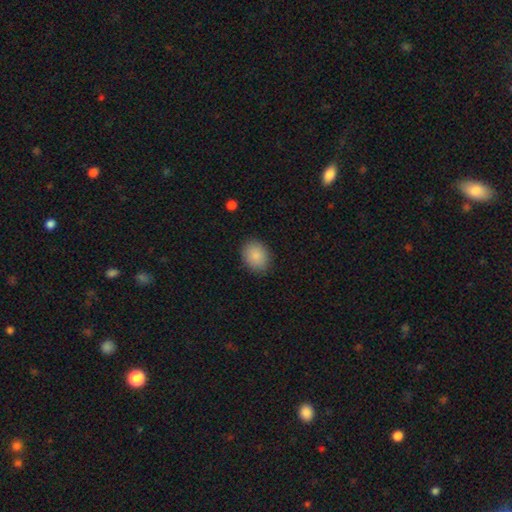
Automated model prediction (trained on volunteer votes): A smooth galaxy with no disk features (87%) that is in between round and cigar-shaped (54%).

Vote fractions:
- Smooth or featured? smooth: 87% / star or artifact: 8% / featured or disk: 5%
- How rounded? in between: 54% / round: 45% / cigar-shaped: 1%
- Merging? none: 87% / minor disturbance: 9% / major disturbance: 3% / merger: 1%